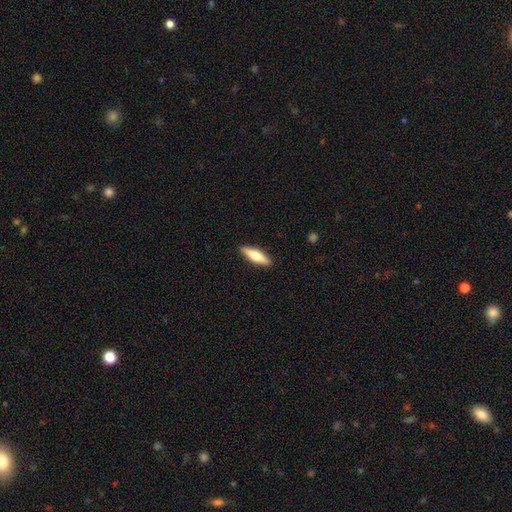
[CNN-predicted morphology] Overall: smooth (60%; featured or disk 35%). How rounded: cigar-shaped (64%; in between 34%). Merging: none (90%).